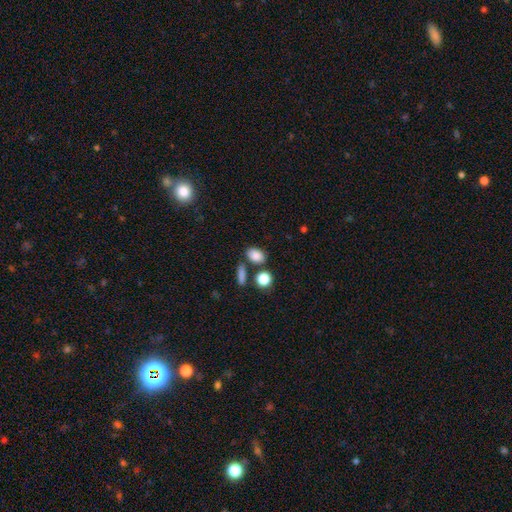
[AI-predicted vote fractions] Q: Smooth or featured?
A: smooth (85%); runner-up: star or artifact (9%)
Q: How rounded?
A: in between (76%); runner-up: round (22%)
Q: Merging?
A: none (70%); runner-up: merger (14%)